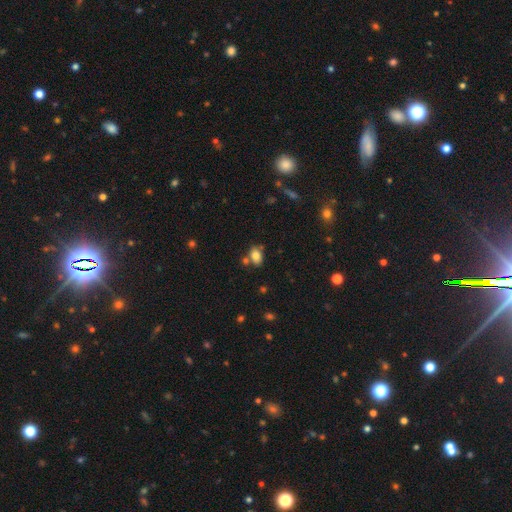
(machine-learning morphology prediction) A smooth galaxy with no disk features (81%) that is in between round and cigar-shaped (81%). Merging: none (65%).